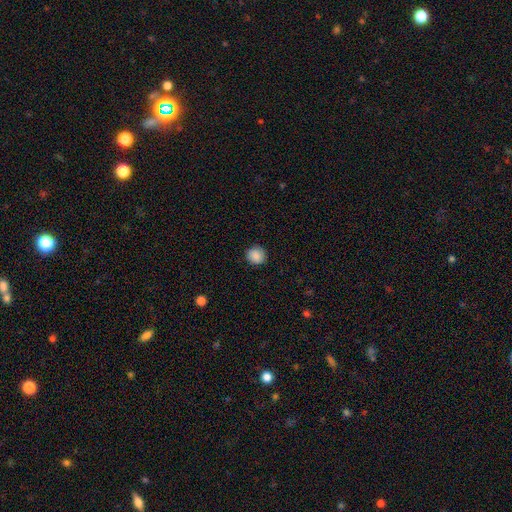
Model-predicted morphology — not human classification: smooth 88%, star or artifact 8%, featured or disk 4%. Down the decision tree: how rounded — round (88%); merging — none (88%).